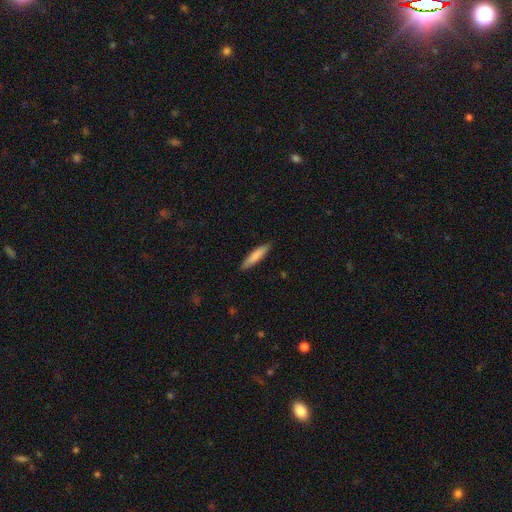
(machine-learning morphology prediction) type=smooth (80%); roundness=cigar-shaped (86%); merging=none (89%).